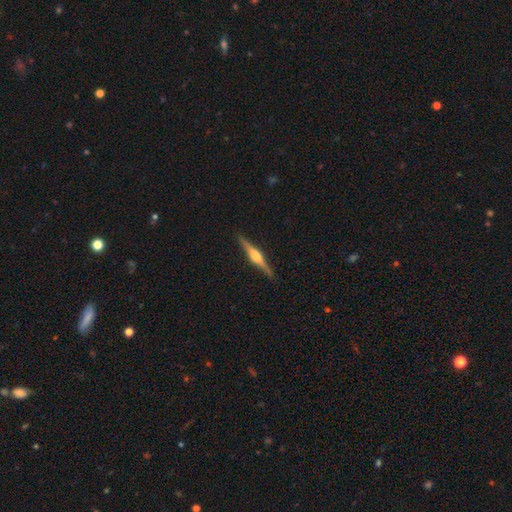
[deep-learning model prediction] Q: Smooth or featured?
A: featured or disk (77%); runner-up: smooth (18%)
Q: Edge-on disk?
A: yes (98%); runner-up: no (2%)
Q: Edge-on bulge?
A: rounded (80%); runner-up: boxy (16%)
Q: Merging?
A: none (91%); runner-up: minor disturbance (7%)